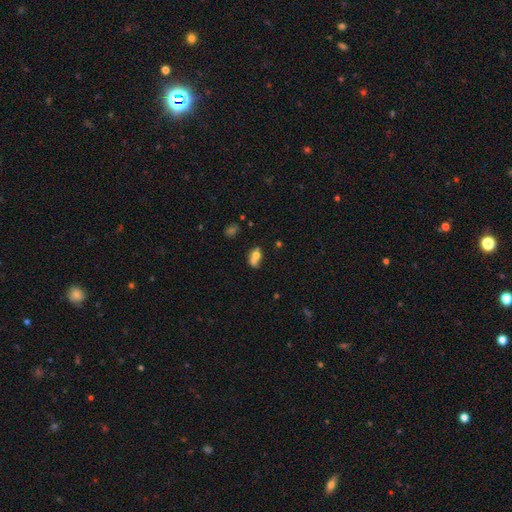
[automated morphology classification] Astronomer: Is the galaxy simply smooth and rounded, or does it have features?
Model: smooth — 65%.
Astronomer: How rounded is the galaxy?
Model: in between — 63%.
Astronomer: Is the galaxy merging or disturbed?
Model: merger — 54%.